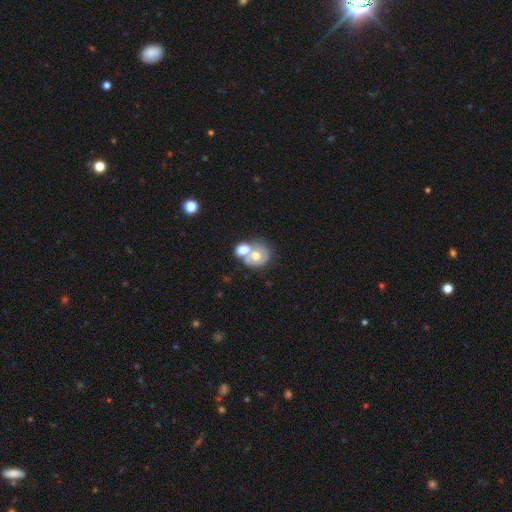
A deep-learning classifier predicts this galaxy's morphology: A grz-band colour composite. It shows a smooth galaxy with no disk features (49%). Merging: merger (63%).